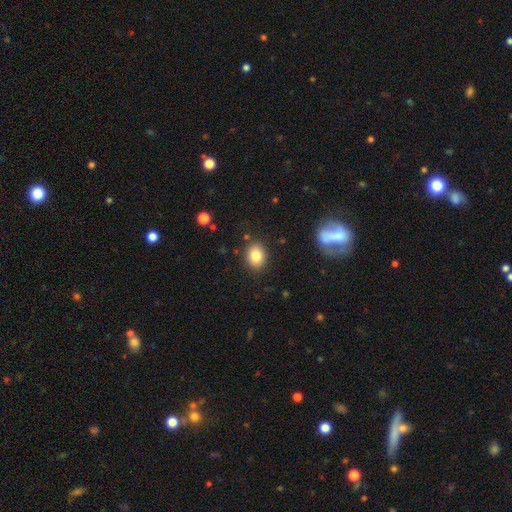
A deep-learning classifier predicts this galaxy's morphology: A smooth galaxy with no disk features (83%) that is in between round and cigar-shaped (52%). Merging: none (87%).